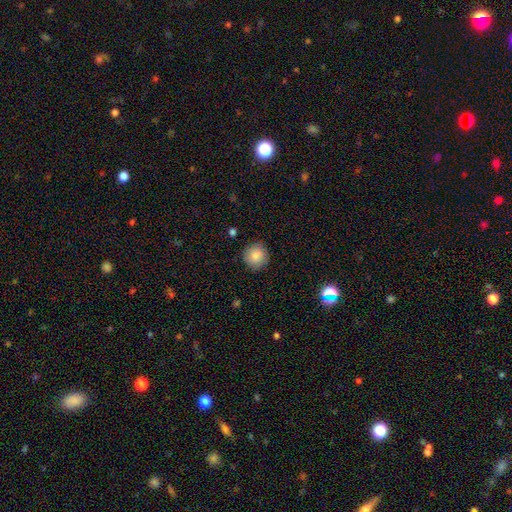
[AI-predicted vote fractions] Smooth or featured?
  - smooth: 84% *
  - star or artifact: 8%
  - featured or disk: 8%
How rounded?
  - round: 92% *
  - in between: 7%
  - cigar-shaped: 1%
Merging?
  - none: 87% *
  - minor disturbance: 10%
  - major disturbance: 2%
  - merger: 1%